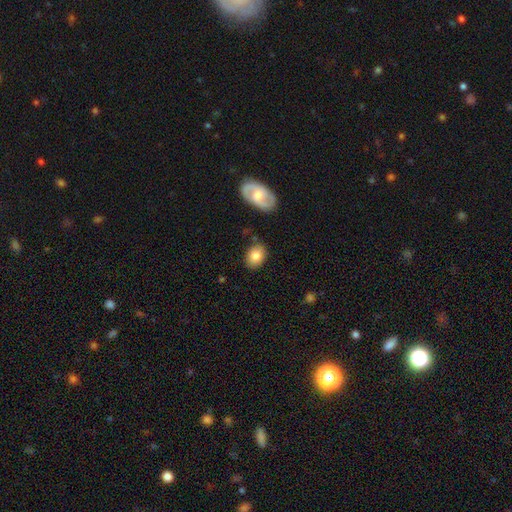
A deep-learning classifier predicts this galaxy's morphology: A smooth galaxy with no disk features (80%) that is in between round and cigar-shaped (71%).

Vote fractions:
- Smooth or featured? smooth: 80% / featured or disk: 13% / star or artifact: 7%
- How rounded? in between: 71% / round: 28% / cigar-shaped: 1%
- Merging? none: 81% / minor disturbance: 13% / merger: 4% / major disturbance: 3%